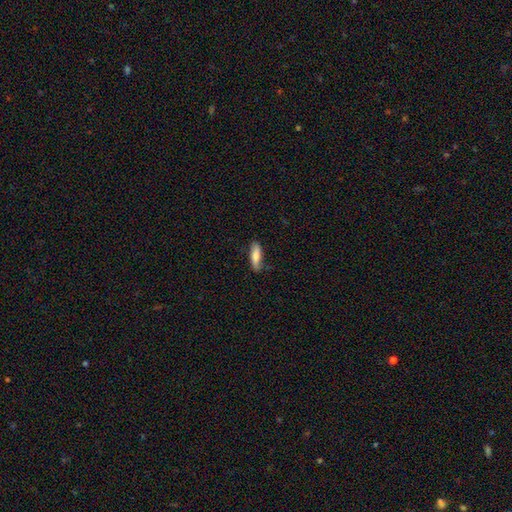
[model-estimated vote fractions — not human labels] This is likely a smooth galaxy (78%). How rounded: possibly cigar-shaped (57%). Merging: likely none (75%).